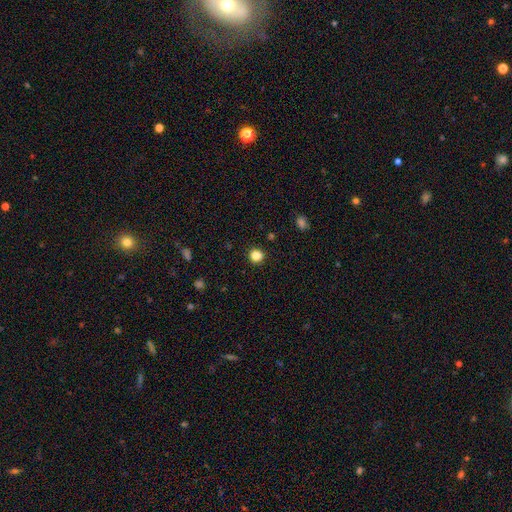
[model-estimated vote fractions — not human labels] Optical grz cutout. It shows a smooth galaxy with no disk features (83%) that is round (90%). Merging: none (91%).